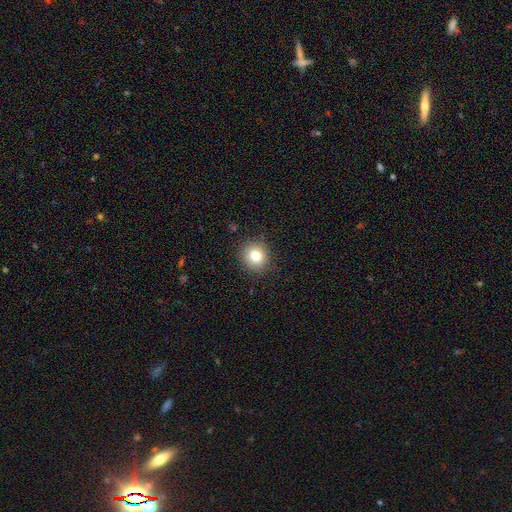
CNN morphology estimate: smooth_or_featured: smooth (p=0.80) [alt: star or artifact p=0.12]
how_rounded: round (p=0.88) [alt: in between p=0.11]
merging: none (p=0.89) [alt: minor disturbance p=0.08]